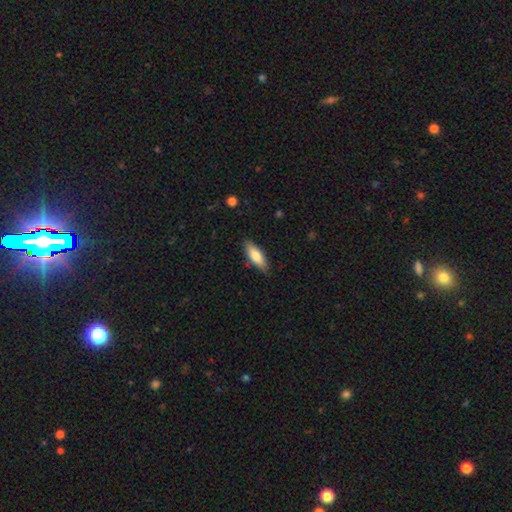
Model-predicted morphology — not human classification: Smooth or featured? smooth (77%)
How rounded? in between (63%)
Merging? none (85%)